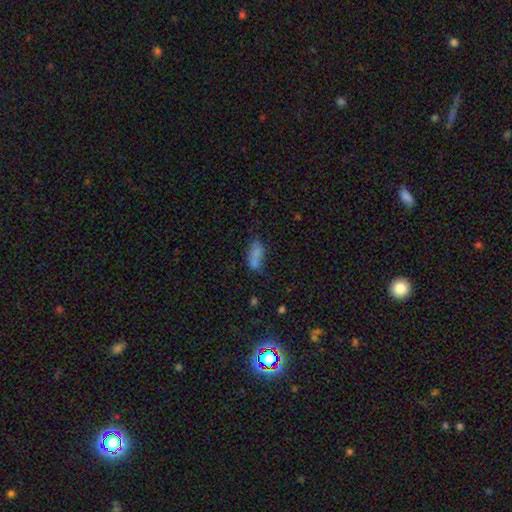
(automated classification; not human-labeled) Morphology: type=smooth (75%); roundness=in between (83%); merging=none (40%).